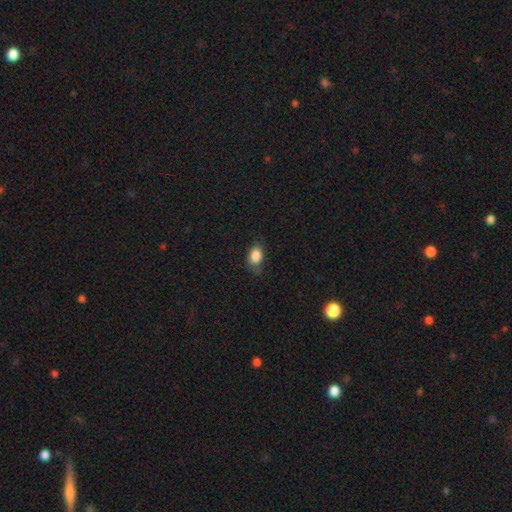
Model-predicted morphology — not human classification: This appears to be a smooth galaxy with no disk features (86%) that is in between round and cigar-shaped (75%). Merging: none (64%).